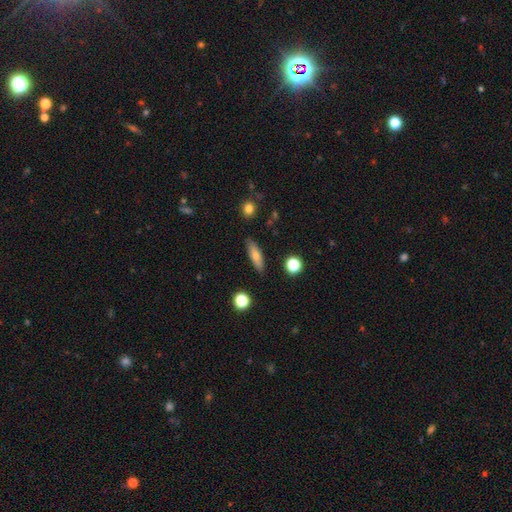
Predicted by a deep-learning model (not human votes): Smooth or featured: smooth — 71% (featured or disk — 21%)
How rounded: cigar-shaped — 60% (in between — 36%)
Merging: none — 87% (minor disturbance — 9%)